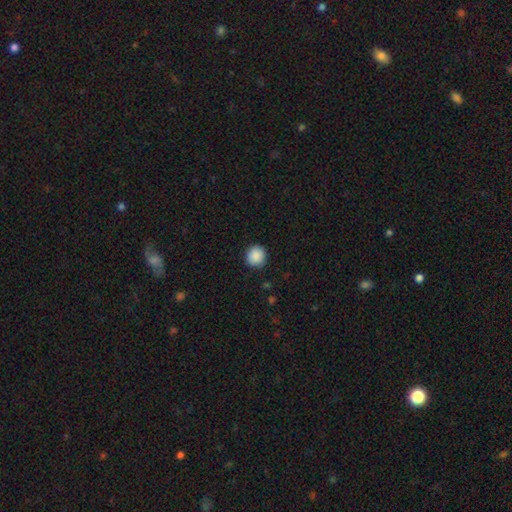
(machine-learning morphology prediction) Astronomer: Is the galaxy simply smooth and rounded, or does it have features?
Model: smooth — 89%.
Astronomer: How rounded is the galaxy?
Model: round — 93%.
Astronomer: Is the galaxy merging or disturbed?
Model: none — 90%.